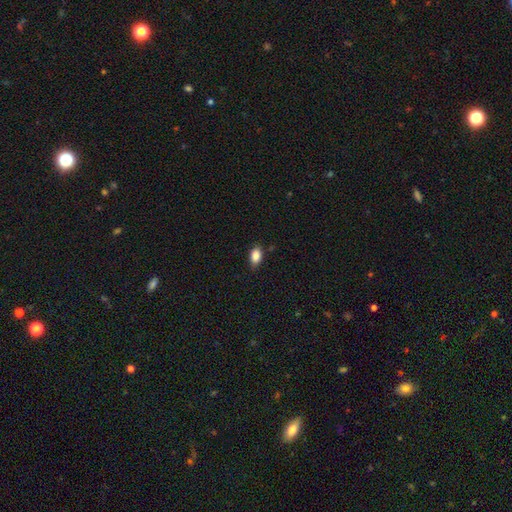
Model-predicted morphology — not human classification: smooth 86%, star or artifact 8%, featured or disk 5%. Down the decision tree: how rounded — in between (89%); merging — none (82%).